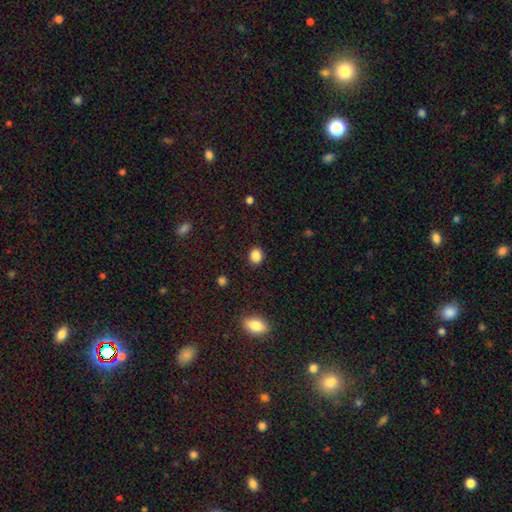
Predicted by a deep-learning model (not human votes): smooth_or_featured: smooth (p=0.86) [alt: star or artifact p=0.10]
how_rounded: round (p=0.67) [alt: in between p=0.32]
merging: none (p=0.89) [alt: minor disturbance p=0.07]